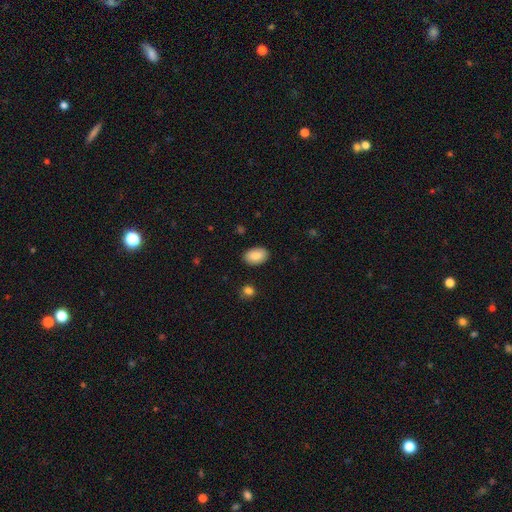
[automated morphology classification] type=smooth (86%); roundness=in between (91%); merging=none (88%).